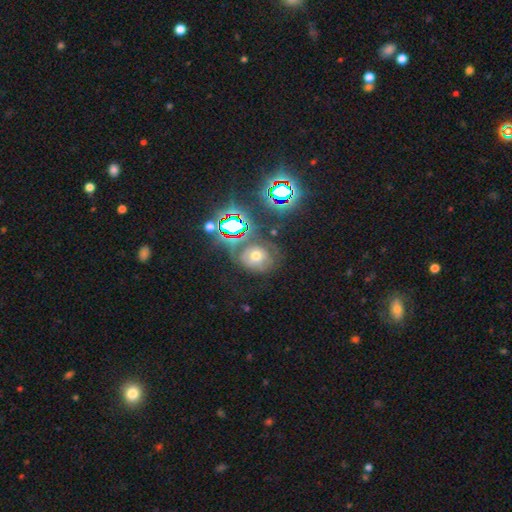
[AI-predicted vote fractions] This is marginally a smooth galaxy (37%). Merging: possibly none (57%).